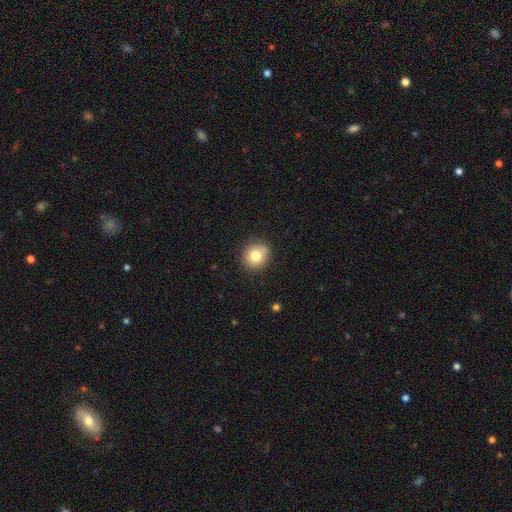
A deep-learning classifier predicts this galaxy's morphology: Smooth or featured: smooth — 80% (featured or disk — 10%)
How rounded: round — 85% (in between — 14%)
Merging: none — 85% (minor disturbance — 11%)